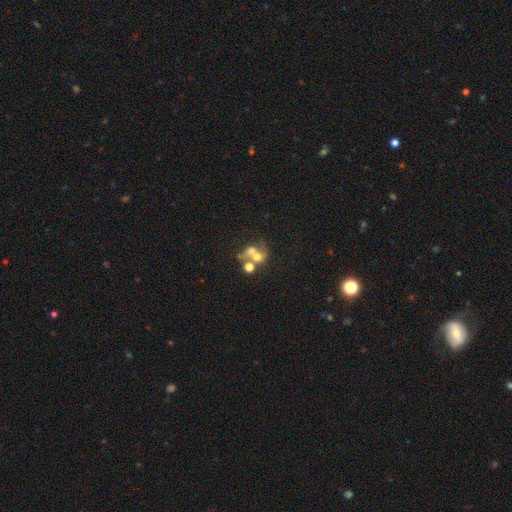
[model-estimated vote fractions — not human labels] A smooth galaxy with no disk features (51%) that is round (64%). Merging: merger (57%).